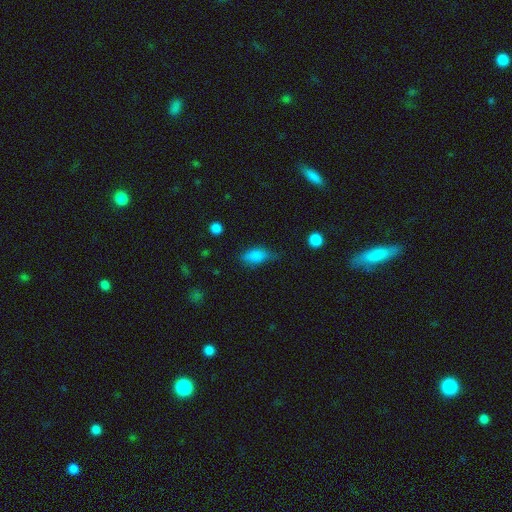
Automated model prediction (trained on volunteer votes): Morphology: type=smooth (78%); roundness=in between (83%); merging=none (52%).